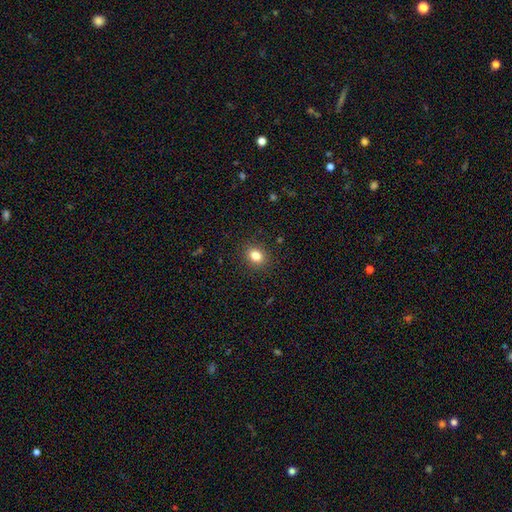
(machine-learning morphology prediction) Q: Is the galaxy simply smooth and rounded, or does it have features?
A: smooth — 82%.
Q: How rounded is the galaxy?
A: round — 56%.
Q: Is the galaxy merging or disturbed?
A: none — 89%.